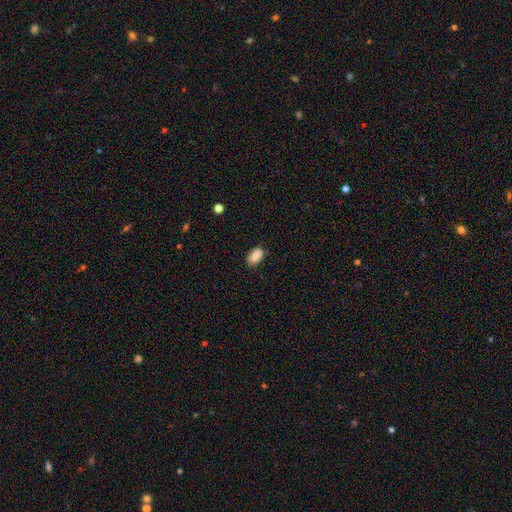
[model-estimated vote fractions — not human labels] Smooth or featured?
  - smooth: 87% *
  - star or artifact: 8%
  - featured or disk: 5%
How rounded?
  - in between: 91% *
  - round: 6%
  - cigar-shaped: 3%
Merging?
  - none: 81% *
  - minor disturbance: 15%
  - major disturbance: 3%
  - merger: 2%